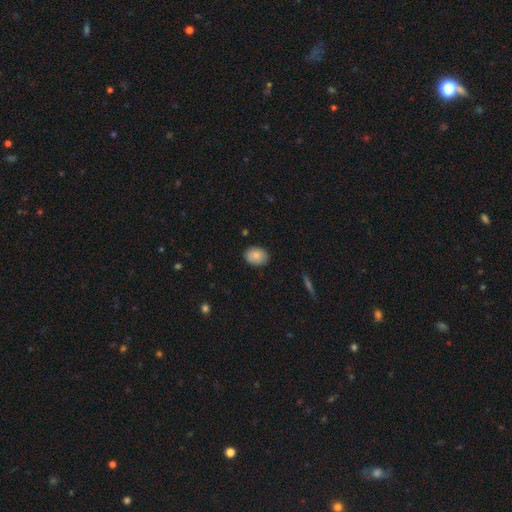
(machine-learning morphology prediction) This is clearly a smooth galaxy (85%). How rounded: likely in between (70%). Merging: clearly none (87%).